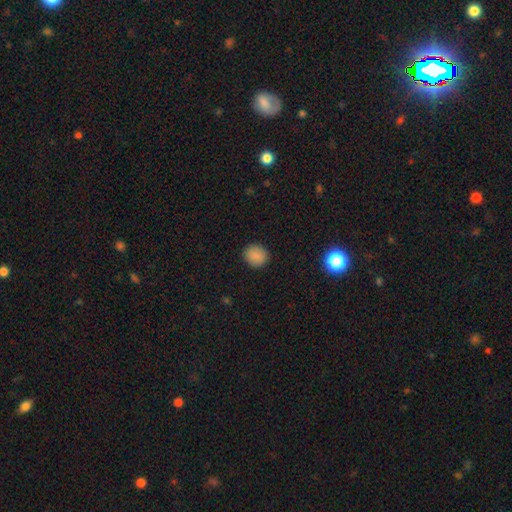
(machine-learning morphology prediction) The model was most divided on "how rounded": round: 87%, in between: 12%, cigar-shaped: 1%. More confident: merging — none (91%); smooth or featured — smooth (87%).